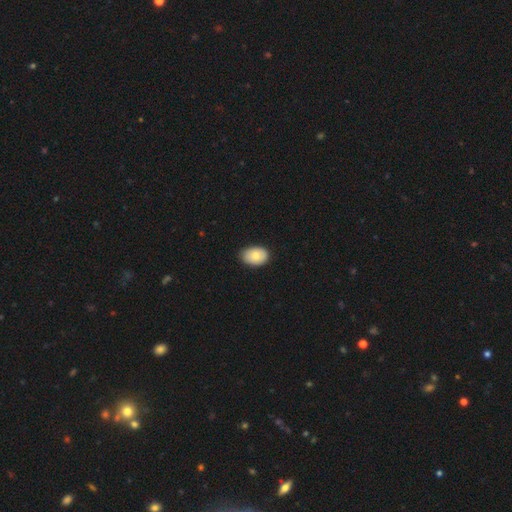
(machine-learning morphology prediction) Smooth or featured?
  - smooth: 78% *
  - featured or disk: 15%
  - star or artifact: 7%
How rounded?
  - in between: 84% *
  - round: 15%
  - cigar-shaped: 1%
Merging?
  - none: 83% *
  - minor disturbance: 14%
  - major disturbance: 2%
  - merger: 1%